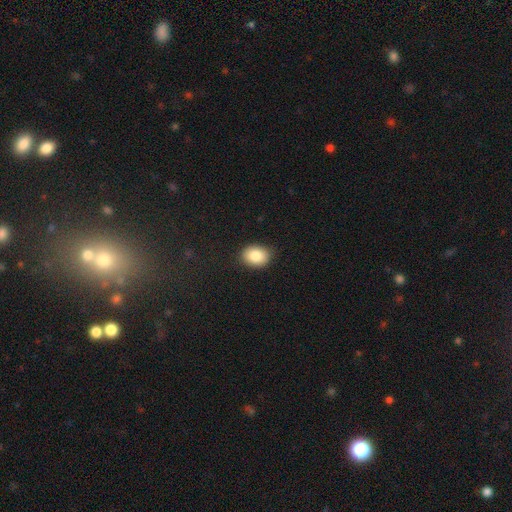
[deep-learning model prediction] A smooth galaxy with no disk features (86%) that is in between round and cigar-shaped (61%). Merging: none (87%).